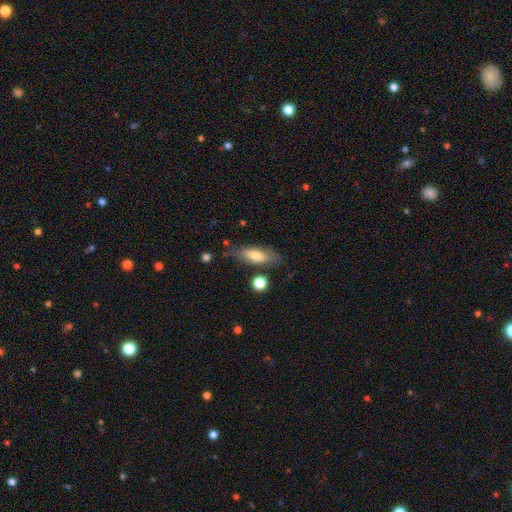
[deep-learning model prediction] smooth-or-featured: smooth: 68% | featured or disk: 25% | star or artifact: 7%
  how-rounded: in between: 61% | cigar-shaped: 36% | round: 3%
  merging: none: 73% | minor disturbance: 17% | major disturbance: 5% | merger: 5%